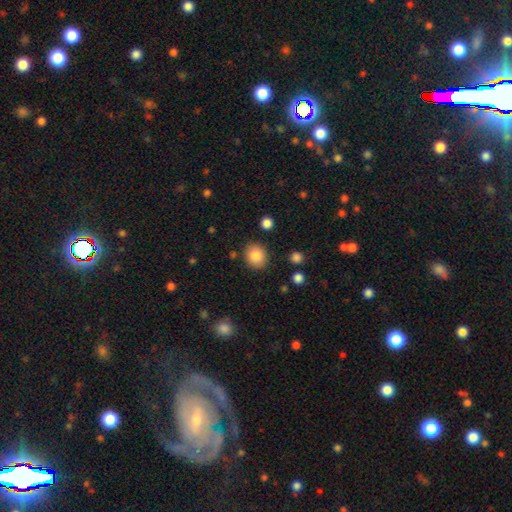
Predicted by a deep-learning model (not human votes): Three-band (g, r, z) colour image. It shows a smooth galaxy with no disk features (86%) that is round (69%). Merging: none (86%).